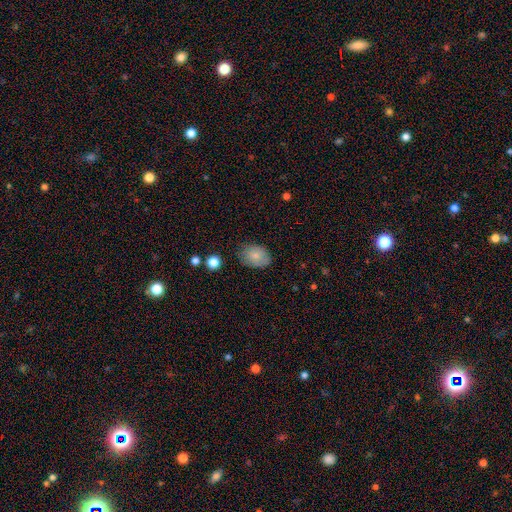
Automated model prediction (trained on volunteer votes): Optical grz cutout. It shows a smooth galaxy with no disk features (78%) that is in between round and cigar-shaped (74%). Merging: none (75%).